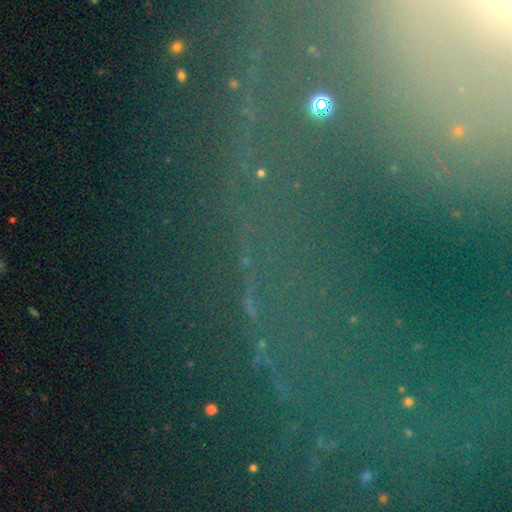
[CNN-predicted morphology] star or artifact 77%, featured or disk 13%, smooth 11%.